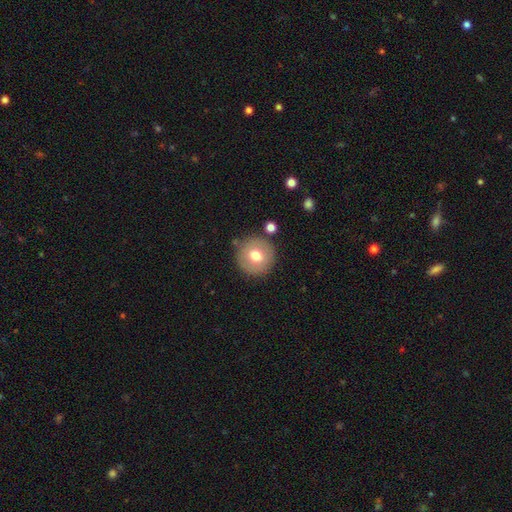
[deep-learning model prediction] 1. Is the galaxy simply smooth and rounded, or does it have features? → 71% smooth, 21% featured or disk, 9% star or artifact.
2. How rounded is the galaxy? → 94% round, 5% in between, 1% cigar-shaped.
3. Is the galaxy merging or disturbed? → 84% none, 9% minor disturbance, 4% merger, 3% major disturbance.